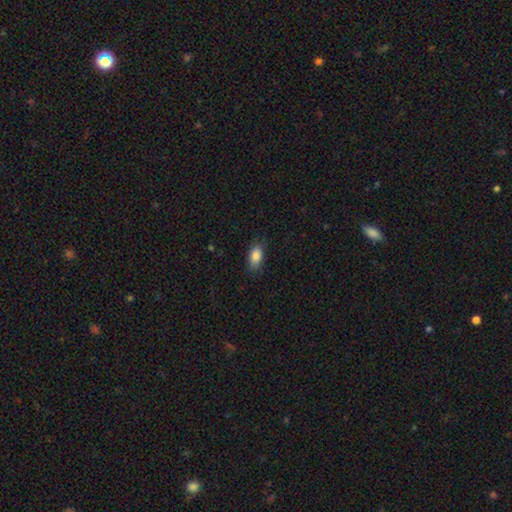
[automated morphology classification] smooth_or_featured: smooth (p=0.86) [alt: star or artifact p=0.08]
how_rounded: in between (p=0.89) [alt: cigar-shaped p=0.06]
merging: none (p=0.82) [alt: minor disturbance p=0.14]